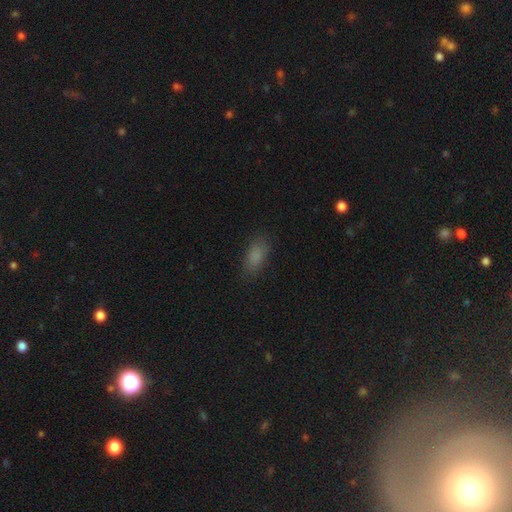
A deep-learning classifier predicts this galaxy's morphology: smooth_or_featured: smooth (p=0.84) [alt: star or artifact p=0.10]
how_rounded: in between (p=0.86) [alt: cigar-shaped p=0.10]
merging: none (p=0.82) [alt: minor disturbance p=0.13]